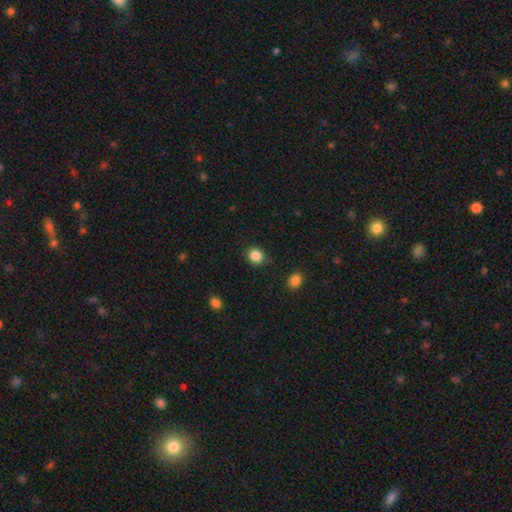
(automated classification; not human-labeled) Smooth or featured? smooth (85%)
How rounded? round (83%)
Merging? none (89%)